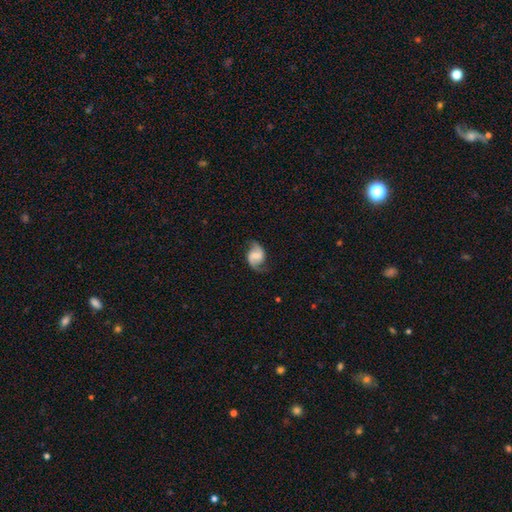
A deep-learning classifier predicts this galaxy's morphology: Smooth or featured? featured or disk (80%)
Edge-on disk? no (98%)
Bar? weak (48%)
Spiral arms? yes (96%)
Spiral winding? loose (48%)
Spiral arm count? 2 (92%)
Bulge size? small (38%)
Merging? none (78%)